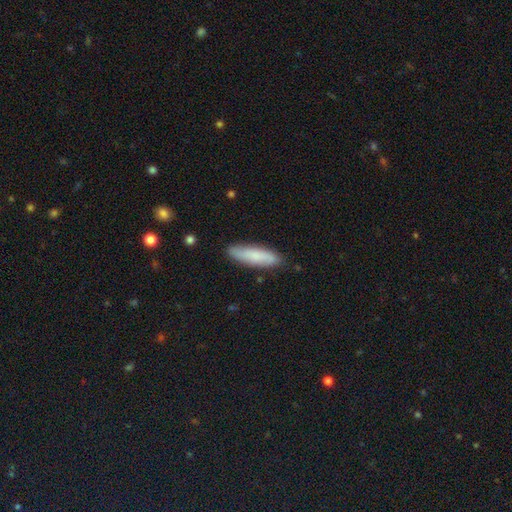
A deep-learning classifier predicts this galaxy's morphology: Smooth or featured?
  - smooth: 77% *
  - featured or disk: 18%
  - star or artifact: 6%
How rounded?
  - cigar-shaped: 70% *
  - in between: 29%
  - round: 2%
Merging?
  - none: 86% *
  - minor disturbance: 11%
  - major disturbance: 2%
  - merger: 1%